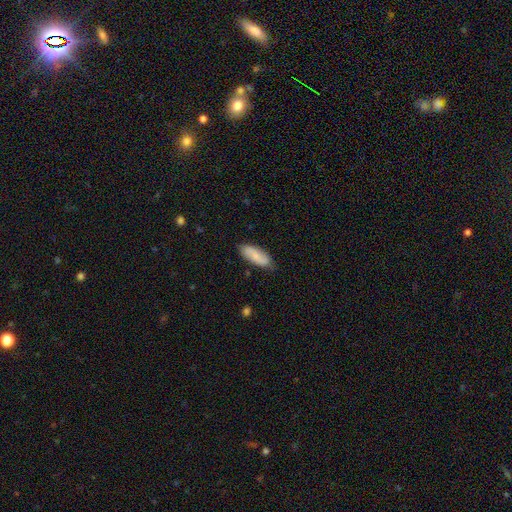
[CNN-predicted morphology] A smooth galaxy with no disk features (71%) that is in between round and cigar-shaped (76%). Merging: none (83%).